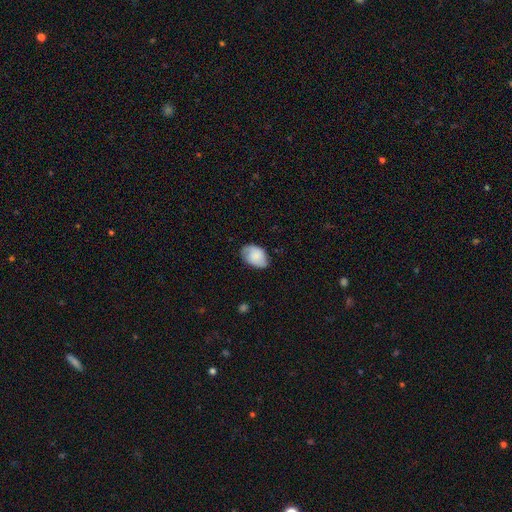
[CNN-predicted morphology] smooth-or-featured: smooth: 68% | featured or disk: 24% | star or artifact: 7%
  how-rounded: in between: 86% | round: 13% | cigar-shaped: 1%
  merging: none: 71% | minor disturbance: 22% | major disturbance: 5% | merger: 1%